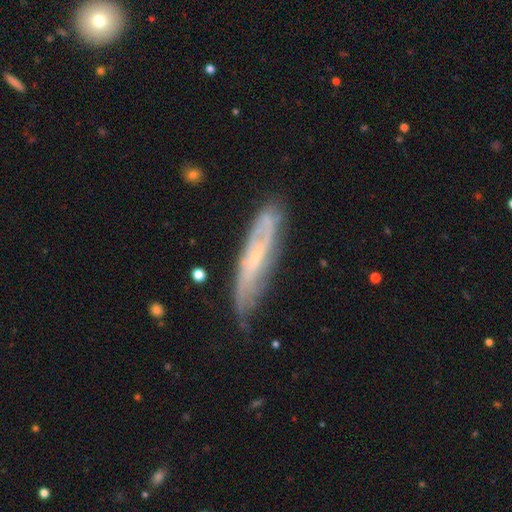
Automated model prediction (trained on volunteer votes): Smooth or featured: featured or disk — 70% (smooth — 23%)
Edge-on disk: no — 59% (yes — 41%)
Merging: none — 70% (minor disturbance — 23%)